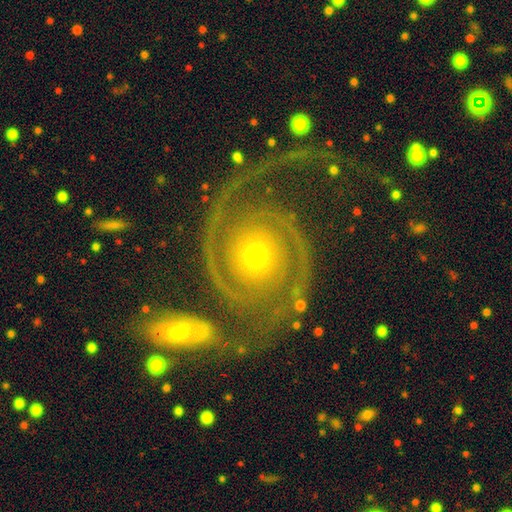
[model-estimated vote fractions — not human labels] A featured or disk galaxy (92%) with no bar (81%), 2 (91%) tight (59%) spiral arms (98%) and a small central bulge (69%).

Vote fractions:
- Smooth or featured? featured or disk: 92% / star or artifact: 5% / smooth: 3%
- Edge-on disk? no: 98% / yes: 2%
- Bar? no: 81% / weak: 12% / strong: 7%
- Spiral arms? yes: 98% / no: 2%
- Spiral winding? tight: 59% / medium: 33% / loose: 8%
- Spiral arm count? 2: 91% / 3: 2% / can't tell: 2% / 1: 2% / 4: 2% / more than 4: 1%
- Bulge size? small: 69% / moderate: 27% / large: 2% / none: 1% / dominant: 1%
- Merging? none: 60% / minor disturbance: 15% / merger: 12% / major disturbance: 12%